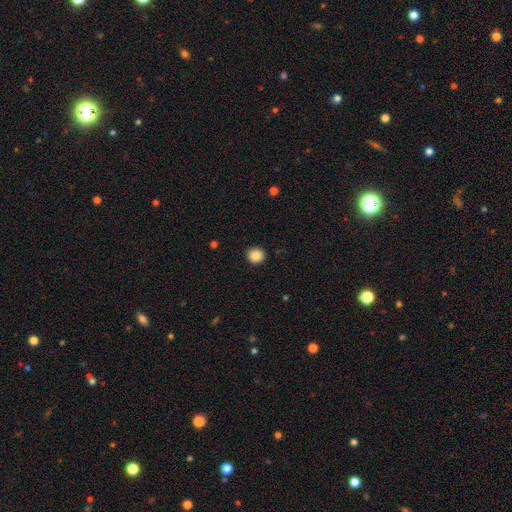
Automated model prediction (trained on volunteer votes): Smooth or featured? Predicted: smooth (p=0.87). How rounded? Predicted: round (p=0.88). Merging? Predicted: none (p=0.91).